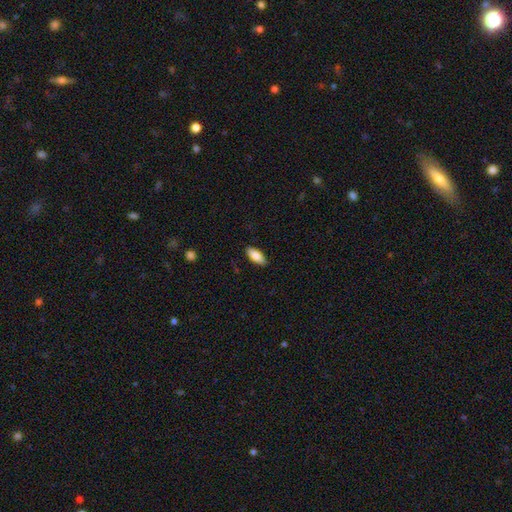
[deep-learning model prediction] Smooth or featured? smooth (83%)
How rounded? in between (83%)
Merging? none (89%)